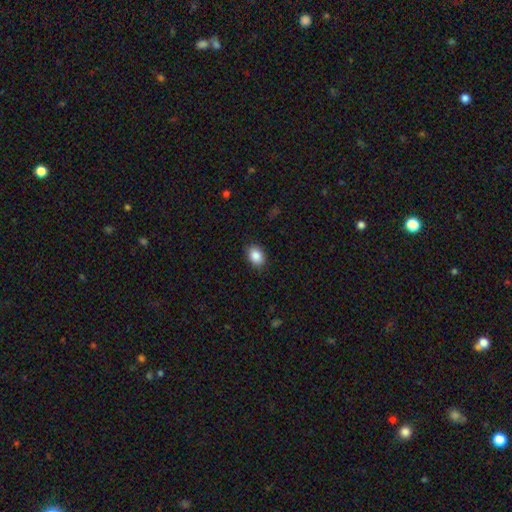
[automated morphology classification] The model was most divided on "how rounded": in between: 73%, round: 26%, cigar-shaped: 1%. More confident: smooth or featured — smooth (88%); merging — none (87%).